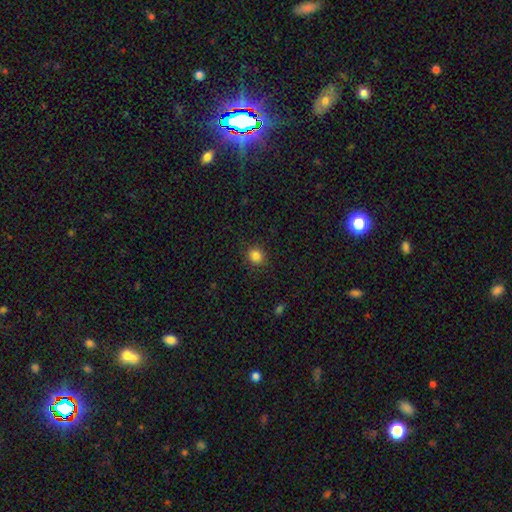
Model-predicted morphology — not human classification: Overall: smooth (85%). How rounded: round (83%). Merging: none (90%).